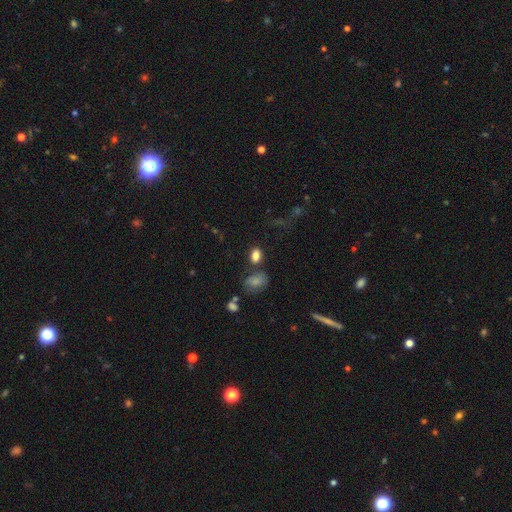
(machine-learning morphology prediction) smooth 83%, star or artifact 11%, featured or disk 6%. Down the decision tree: how rounded — in between (79%); merging — none (67%).